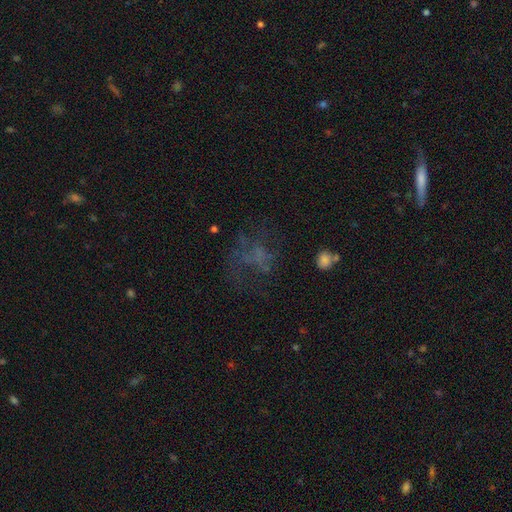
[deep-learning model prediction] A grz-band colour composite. It shows a featured or disk galaxy (40%). Merging: none (46%).